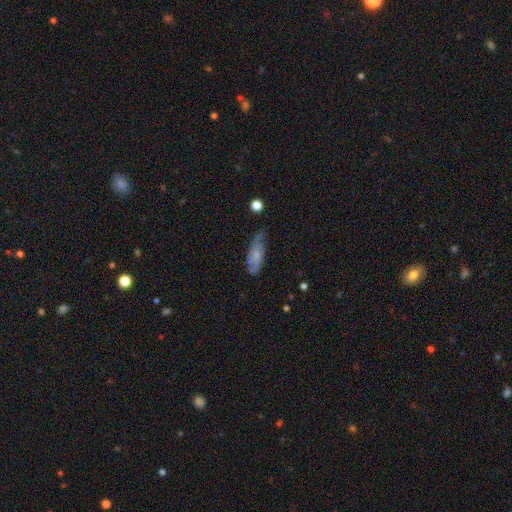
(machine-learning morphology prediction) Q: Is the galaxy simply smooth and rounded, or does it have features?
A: featured or disk — 54%.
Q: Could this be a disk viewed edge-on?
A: no — 82%.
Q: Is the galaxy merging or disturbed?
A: none — 59%.